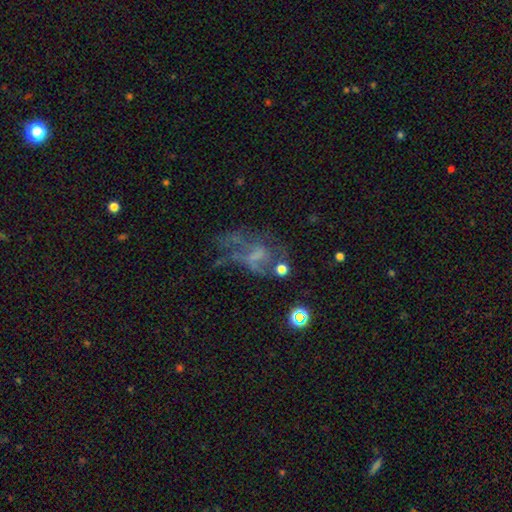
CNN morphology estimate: Smooth or featured?
  - featured or disk: 56% *
  - smooth: 24%
  - star or artifact: 21%
Edge-on disk?
  - no: 96% *
  - yes: 4%
Bar?
  - no: 69% *
  - weak: 24%
  - strong: 7%
Spiral arms?
  - no: 66% *
  - yes: 34%
Bulge size?
  - none: 58% *
  - small: 21%
  - moderate: 16%
  - large: 4%
  - dominant: 1%
Merging?
  - major disturbance: 40% *
  - none: 33%
  - minor disturbance: 17%
  - merger: 10%